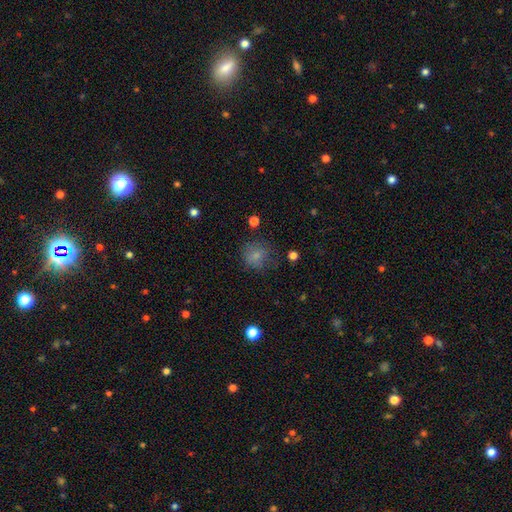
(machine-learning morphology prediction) The model was most divided on "merging": none: 68%, minor disturbance: 19%, major disturbance: 10%, merger: 2%. More confident: how rounded — round (80%); smooth or featured — smooth (76%).